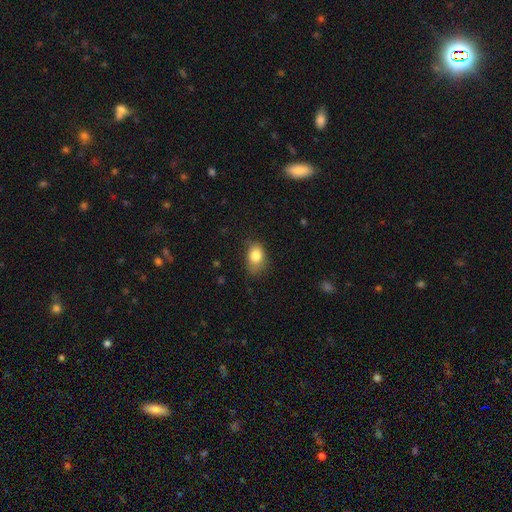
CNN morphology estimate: Q: Smooth or featured?
A: smooth (82%); runner-up: featured or disk (9%)
Q: How rounded?
A: in between (76%); runner-up: round (22%)
Q: Merging?
A: none (62%); runner-up: minor disturbance (28%)